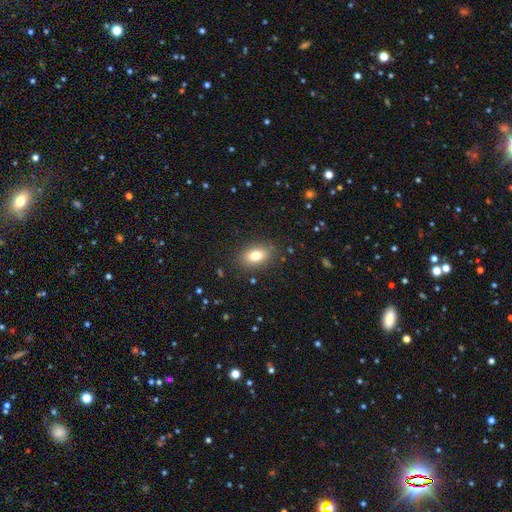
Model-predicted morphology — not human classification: smooth-or-featured: smooth: 78% | featured or disk: 12% | star or artifact: 10%
  how-rounded: in between: 81% | round: 17% | cigar-shaped: 2%
  merging: none: 85% | minor disturbance: 10% | major disturbance: 3% | merger: 1%